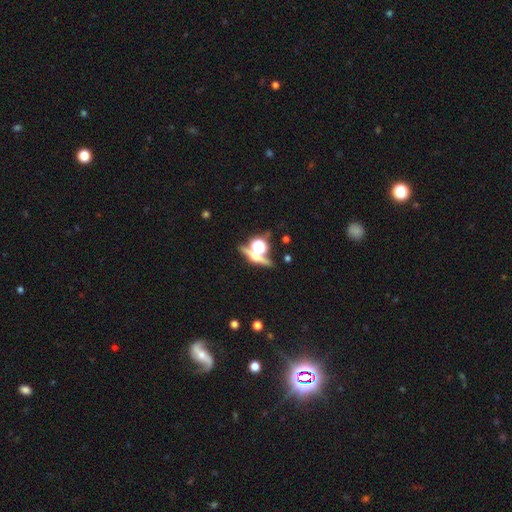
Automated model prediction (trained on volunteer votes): Smooth or featured? Predicted: smooth (p=0.35). Merging? Predicted: none (p=0.65).